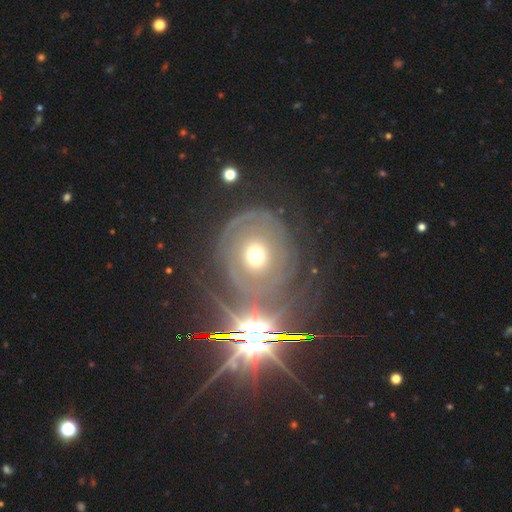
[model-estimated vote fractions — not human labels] A featured or disk galaxy (56%) with no bar (86%), spiral arms (56%) and a moderate central bulge (63%). Merging: none (62%).